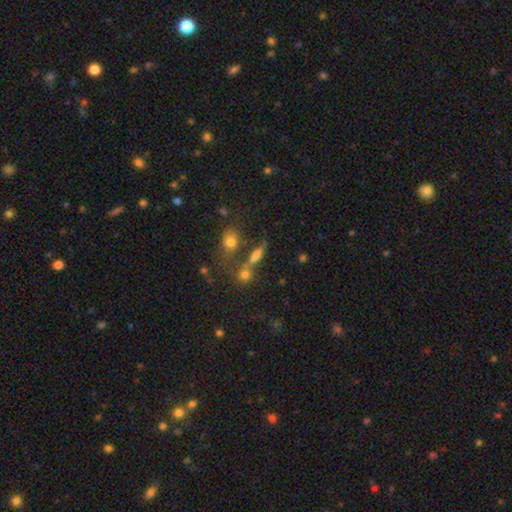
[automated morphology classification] smooth 66%, featured or disk 18%, star or artifact 16%. Down the decision tree: how rounded — in between (45%); merging — none (53%).